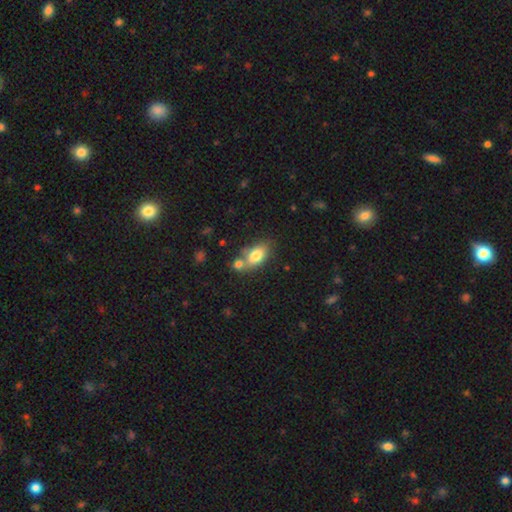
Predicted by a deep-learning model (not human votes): Q: Smooth or featured?
A: smooth (79%); runner-up: featured or disk (13%)
Q: How rounded?
A: in between (87%); runner-up: round (8%)
Q: Merging?
A: none (50%); runner-up: merger (32%)